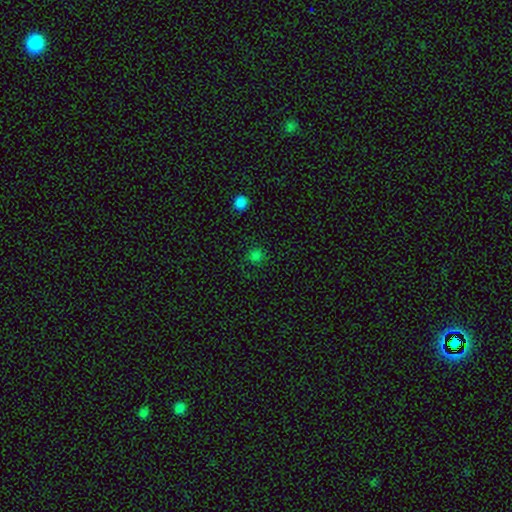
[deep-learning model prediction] Q: Smooth or featured?
A: smooth (75%); runner-up: star or artifact (21%)
Q: How rounded?
A: round (92%); runner-up: in between (7%)
Q: Merging?
A: none (87%); runner-up: minor disturbance (8%)